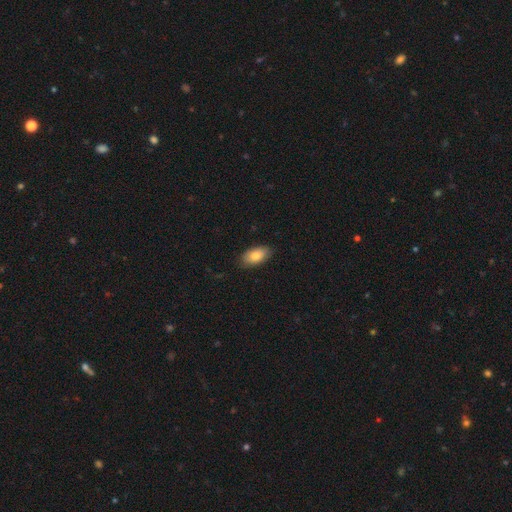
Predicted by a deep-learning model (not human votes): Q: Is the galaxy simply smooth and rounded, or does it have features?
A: smooth — 83%.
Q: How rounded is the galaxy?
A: in between — 93%.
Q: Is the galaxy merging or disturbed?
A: none — 85%.